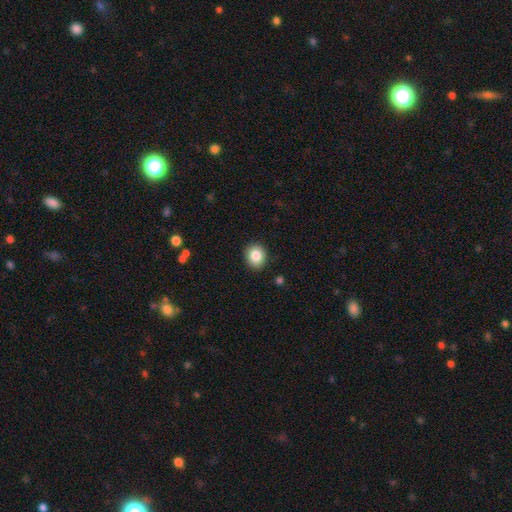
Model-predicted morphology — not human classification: This is clearly a smooth galaxy (84%). How rounded: likely round (68%). Merging: clearly none (90%).